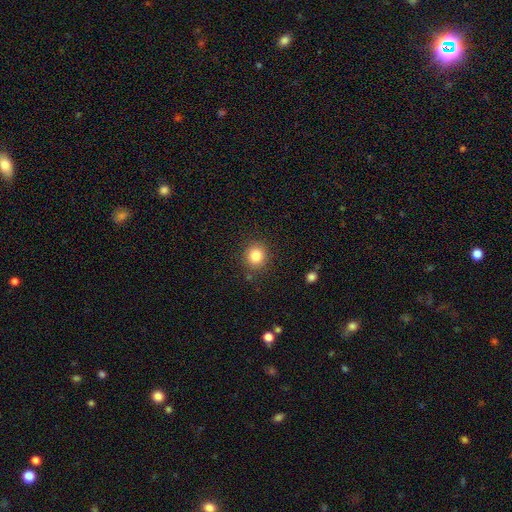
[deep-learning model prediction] This appears to be a smooth galaxy with no disk features (83%) that is round (86%). Merging: none (88%).